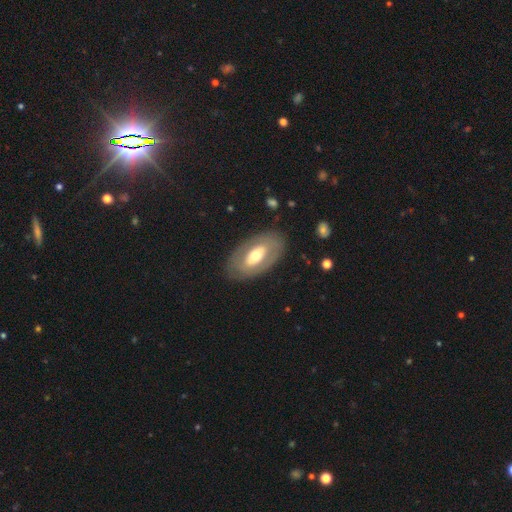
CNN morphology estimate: smooth-or-featured: featured or disk: 53% | smooth: 42% | star or artifact: 6%
  disk-edge-on: no: 88% | yes: 12%
  merging: none: 82% | minor disturbance: 11% | major disturbance: 5% | merger: 1%